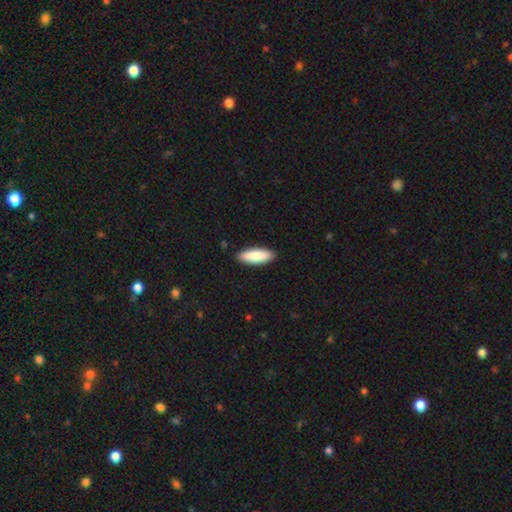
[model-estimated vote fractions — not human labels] smooth-or-featured: smooth: 85% | featured or disk: 9% | star or artifact: 5%
  how-rounded: in between: 59% | cigar-shaped: 39% | round: 2%
  merging: none: 89% | minor disturbance: 8% | major disturbance: 2% | merger: 1%